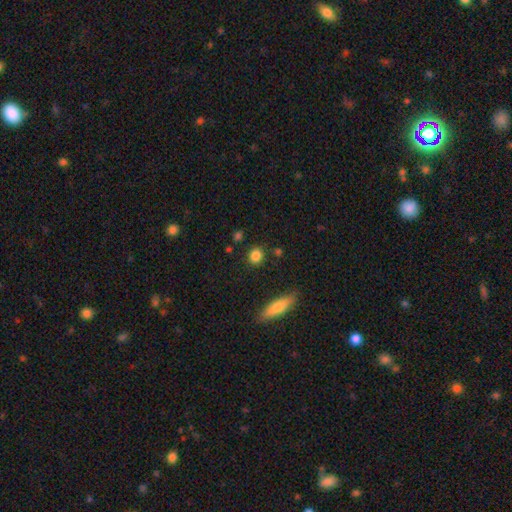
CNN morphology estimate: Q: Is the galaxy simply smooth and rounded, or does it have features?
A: smooth — 84%.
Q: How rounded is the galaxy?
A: round — 76%.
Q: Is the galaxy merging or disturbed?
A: none — 86%.